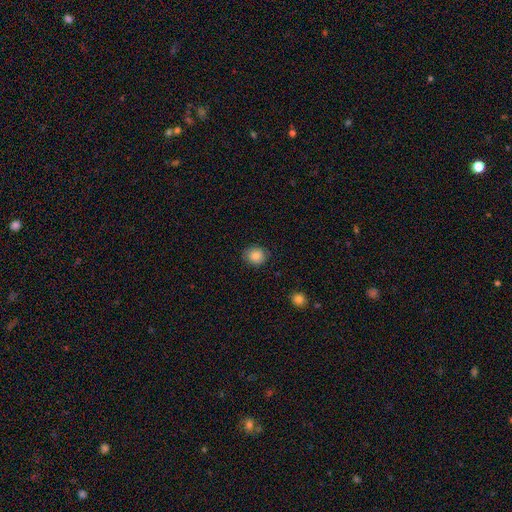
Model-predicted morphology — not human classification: Smooth or featured?
  - smooth: 84% *
  - star or artifact: 9%
  - featured or disk: 7%
How rounded?
  - round: 77% *
  - in between: 22%
  - cigar-shaped: 1%
Merging?
  - none: 85% *
  - minor disturbance: 11%
  - major disturbance: 3%
  - merger: 1%